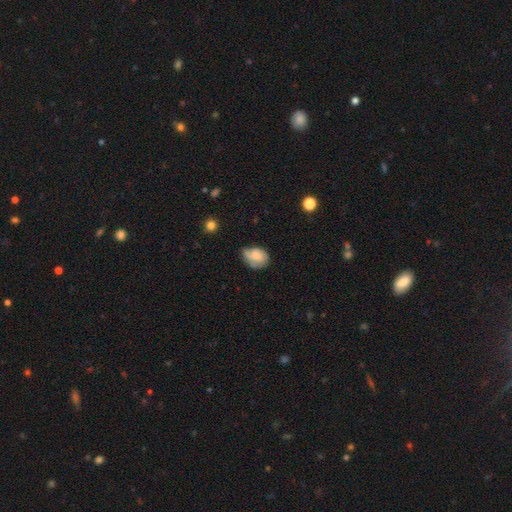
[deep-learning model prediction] Smooth or featured: smooth — 64% (featured or disk — 27%)
How rounded: in between — 75% (round — 24%)
Merging: none — 45% (minor disturbance — 39%)